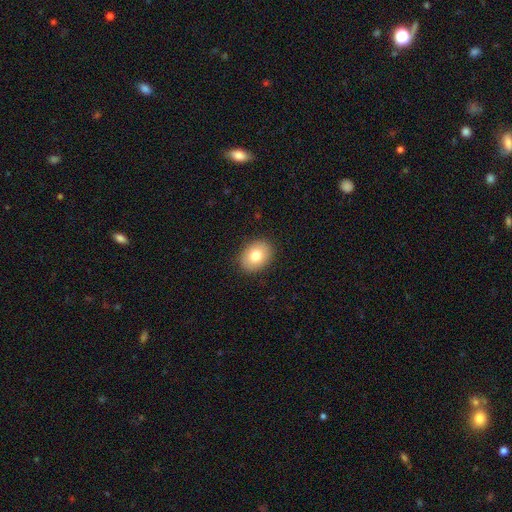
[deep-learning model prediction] Q: Smooth or featured?
A: smooth (79%); runner-up: featured or disk (13%)
Q: How rounded?
A: in between (68%); runner-up: round (31%)
Q: Merging?
A: none (89%); runner-up: minor disturbance (8%)